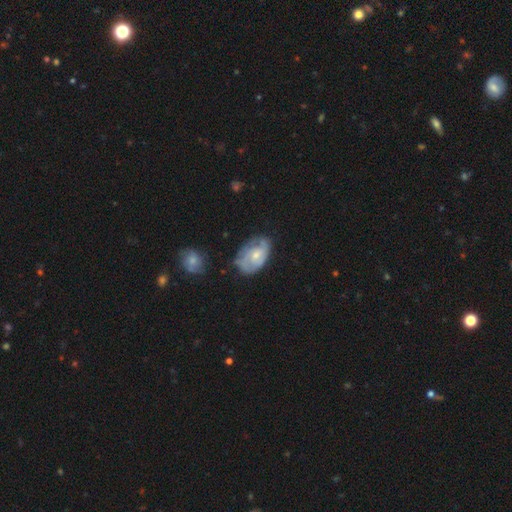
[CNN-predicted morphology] This is possibly a featured or disk galaxy (58%). It is clearly not viewed edge-on (96%). Bar: likely no (74%). Spiral arm pattern: likely yes (67%). Central bulge: possibly small (53%). Merging: possibly none (55%).